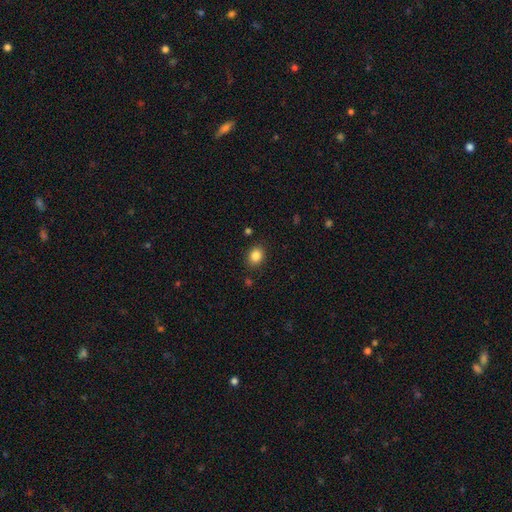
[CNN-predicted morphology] A smooth galaxy with no disk features (85%) that is round (59%). Merging: none (87%).